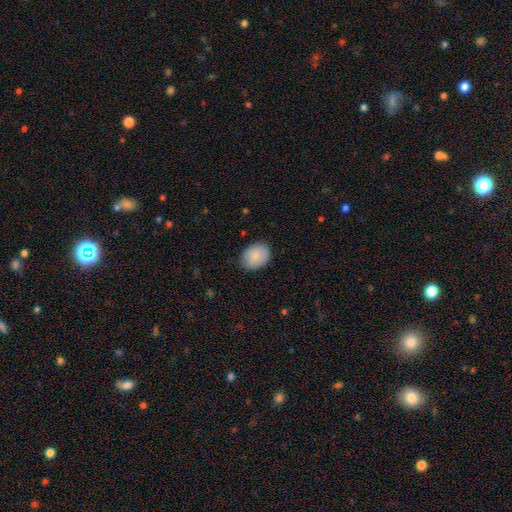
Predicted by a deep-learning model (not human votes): This appears to be a smooth galaxy with no disk features (87%) that is in between round and cigar-shaped (59%). Merging: none (82%).